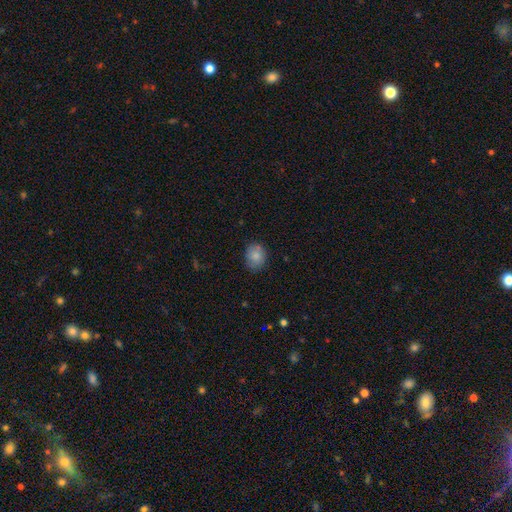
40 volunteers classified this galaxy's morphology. type=smooth (95%); roundness=round (50%, tied with in between); merging=none (79%).